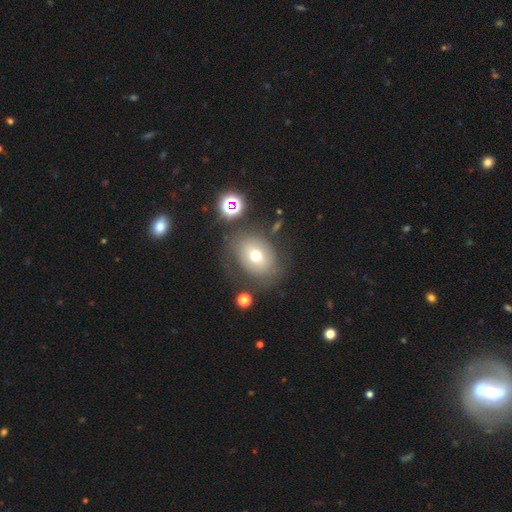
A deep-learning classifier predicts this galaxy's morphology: type=smooth (64%); roundness=in between (53%); merging=none (64%).